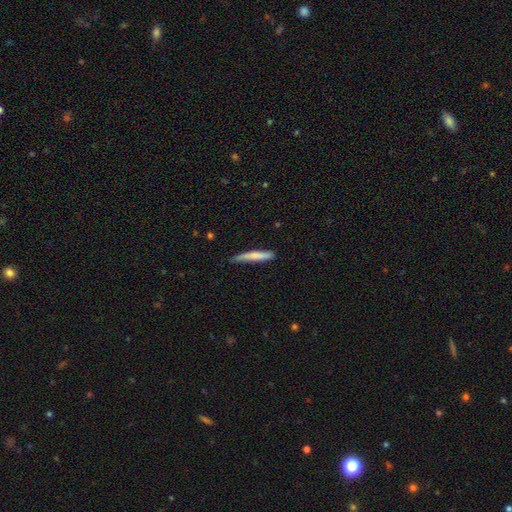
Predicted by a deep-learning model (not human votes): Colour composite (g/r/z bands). It shows a smooth galaxy with no disk features (70%) that is cigar-shaped (94%). Merging: none (68%).